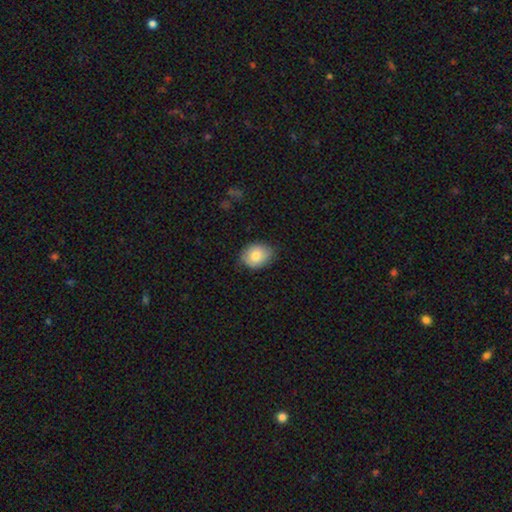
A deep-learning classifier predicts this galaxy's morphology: Smooth or featured? Predicted: smooth (p=0.79). How rounded? Predicted: in between (p=0.53). Merging? Predicted: none (p=0.75).